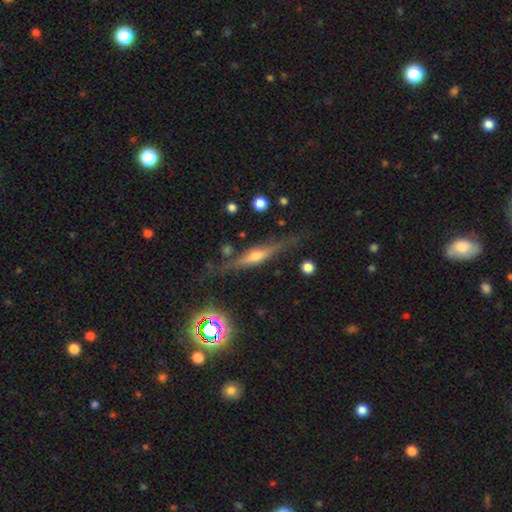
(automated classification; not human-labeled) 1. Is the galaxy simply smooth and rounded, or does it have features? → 72% featured or disk, 18% smooth, 10% star or artifact.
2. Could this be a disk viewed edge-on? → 94% yes, 6% no.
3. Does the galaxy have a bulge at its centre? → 83% rounded, 10% boxy, 7% none.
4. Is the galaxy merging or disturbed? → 77% none, 15% minor disturbance, 5% major disturbance, 3% merger.